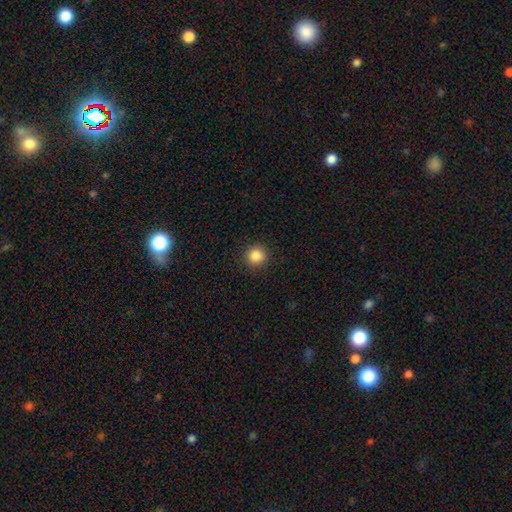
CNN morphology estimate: The model was most divided on "smooth or featured": smooth: 86%, star or artifact: 10%, featured or disk: 4%. More confident: how rounded — round (93%); merging — none (91%).